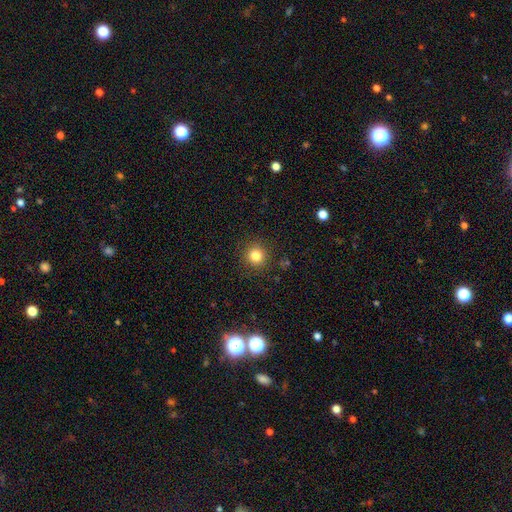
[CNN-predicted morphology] Overall: smooth (81%). How rounded: round (93%). Merging: none (90%).